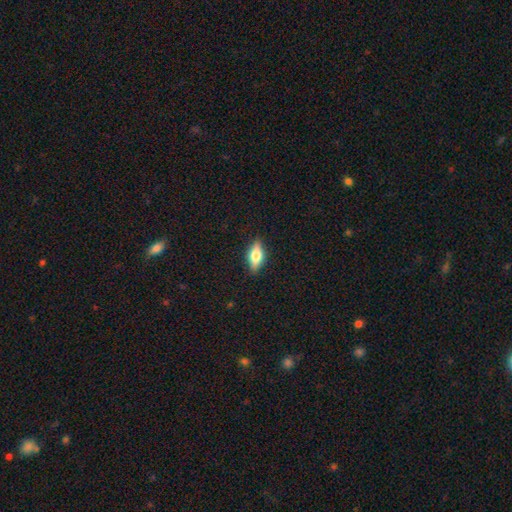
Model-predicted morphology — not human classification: Overall: smooth (55%; featured or disk 38%). How rounded: in between (72%). Merging: none (87%).